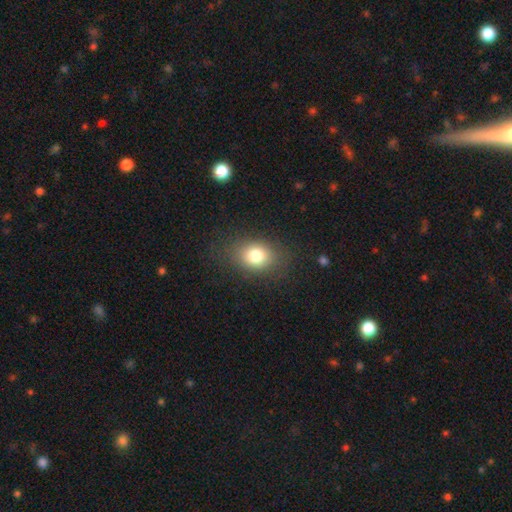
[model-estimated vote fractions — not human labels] Morphology: type=smooth (78%); roundness=in between (57%); merging=none (82%).